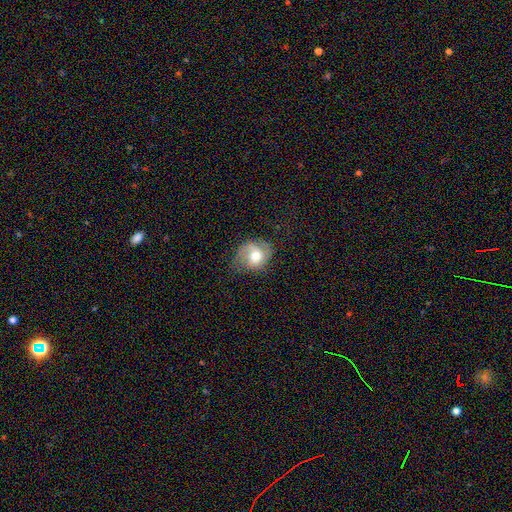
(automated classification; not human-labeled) Morphology: type=smooth (48%); merging=none (51%).